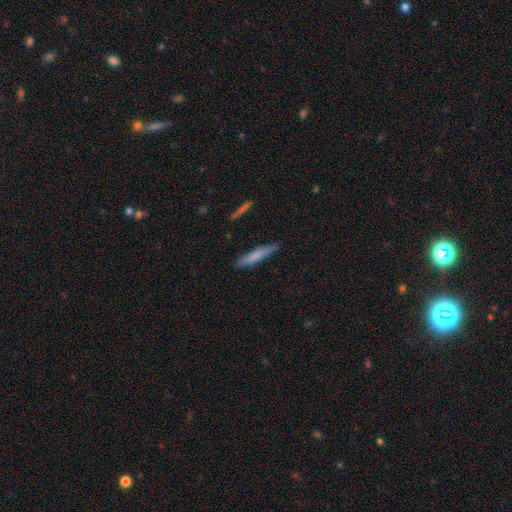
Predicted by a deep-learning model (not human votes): Smooth or featured? Predicted: smooth (p=0.74). How rounded? Predicted: cigar-shaped (p=0.92). Merging? Predicted: none (p=0.87).